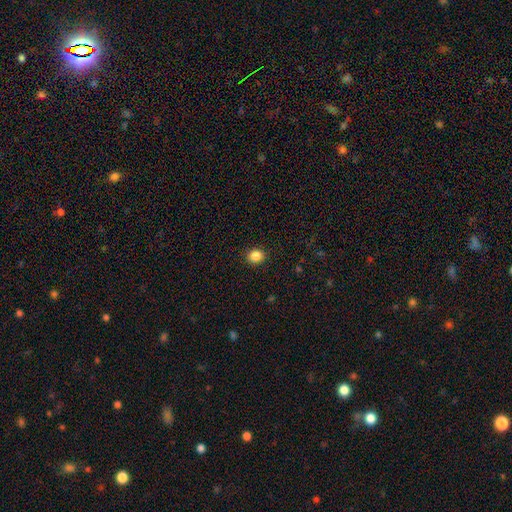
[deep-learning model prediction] Smooth or featured? Predicted: smooth (p=0.86). How rounded? Predicted: round (p=0.70). Merging? Predicted: none (p=0.91).